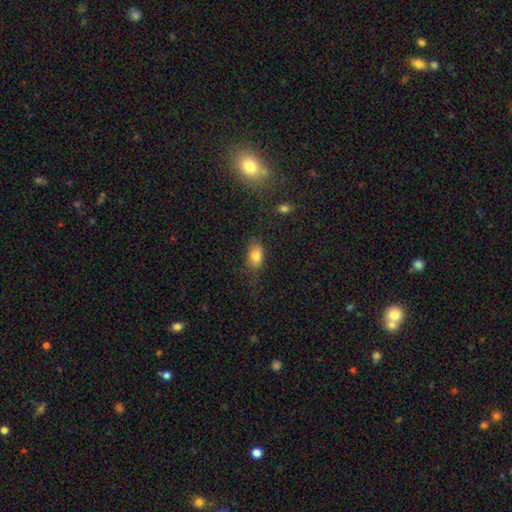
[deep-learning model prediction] A smooth galaxy with no disk features (79%) that is in between round and cigar-shaped (83%). Merging: none (67%).